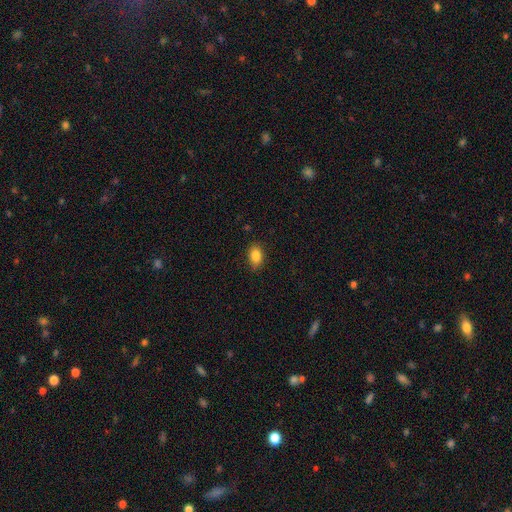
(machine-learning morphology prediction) Smooth or featured: smooth — 86% (star or artifact — 9%)
How rounded: in between — 82% (round — 16%)
Merging: none — 82% (minor disturbance — 15%)